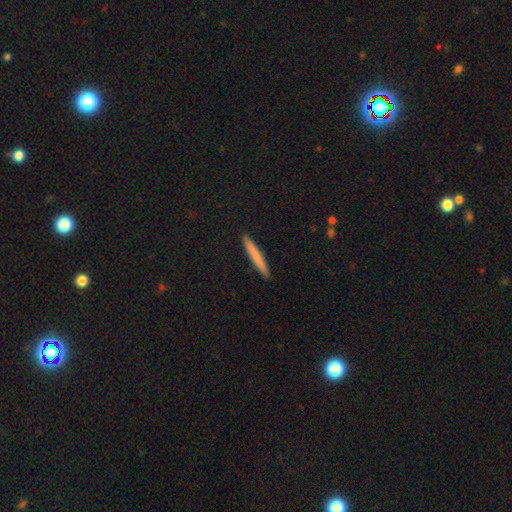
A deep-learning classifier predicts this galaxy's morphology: smooth_or_featured: smooth (p=0.77) [alt: featured or disk p=0.18]
how_rounded: cigar-shaped (p=0.96) [alt: in between p=0.02]
merging: none (p=0.93) [alt: minor disturbance p=0.05]